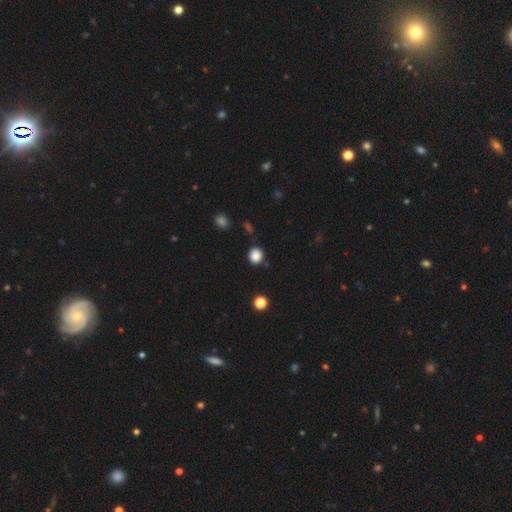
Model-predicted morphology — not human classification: Smooth or featured: smooth — 86% (star or artifact — 11%)
How rounded: round — 84% (in between — 15%)
Merging: none — 85% (minor disturbance — 9%)